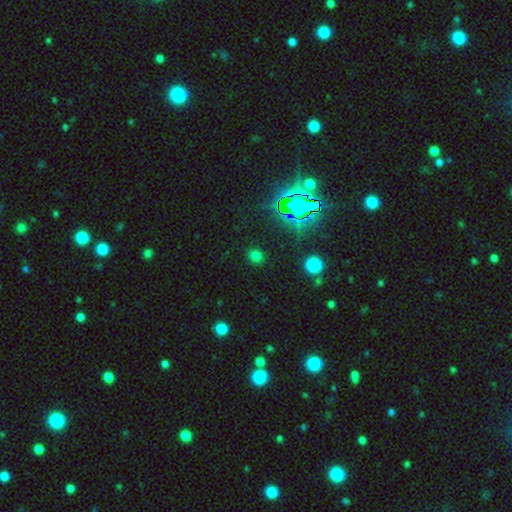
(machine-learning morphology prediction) smooth 65%, star or artifact 30%, featured or disk 6%. Down the decision tree: how rounded — round (78%); merging — none (88%).